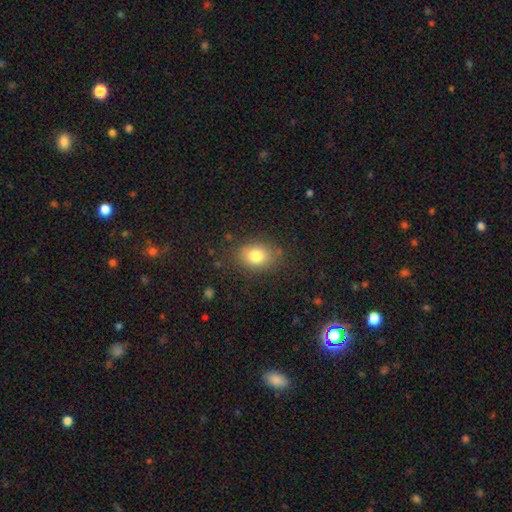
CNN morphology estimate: This is likely a smooth galaxy (79%). How rounded: possibly in between (59%). Merging: clearly none (82%).